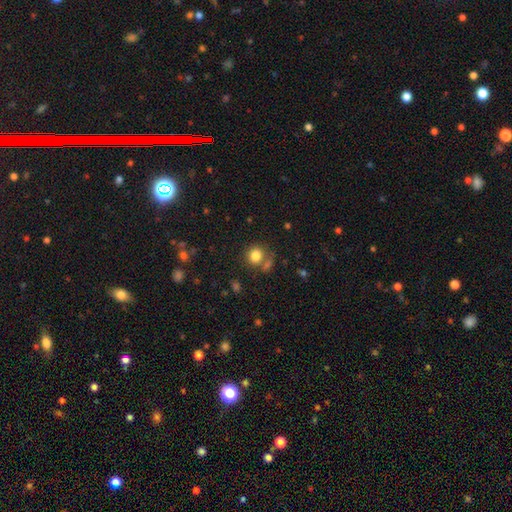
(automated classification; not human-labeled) Morphology: type=smooth (82%); roundness=round (80%); merging=none (66%).